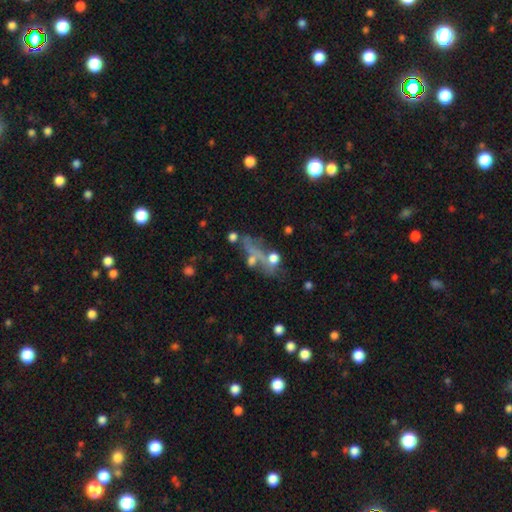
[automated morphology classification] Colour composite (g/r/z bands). It shows a smooth galaxy with no disk features (42%). Merging: none (37%).